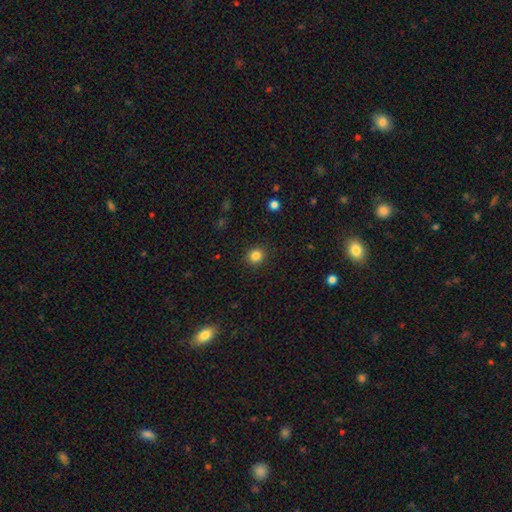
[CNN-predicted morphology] smooth 83%, star or artifact 12%, featured or disk 5%. Down the decision tree: how rounded — round (85%); merging — none (91%).